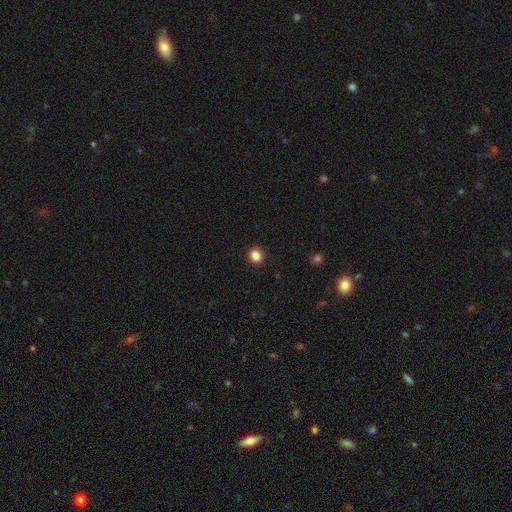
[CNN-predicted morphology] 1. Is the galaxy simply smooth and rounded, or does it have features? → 85% smooth, 11% star or artifact, 3% featured or disk.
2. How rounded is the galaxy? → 86% round, 13% in between, 1% cigar-shaped.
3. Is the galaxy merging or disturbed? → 92% none, 5% minor disturbance, 2% major disturbance, 1% merger.